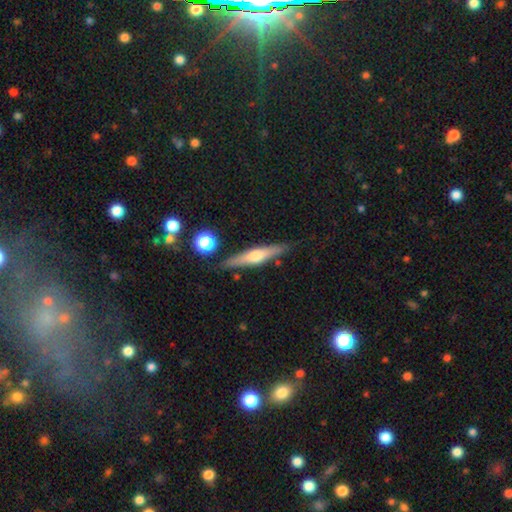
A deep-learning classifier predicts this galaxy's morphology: The model was most divided on "smooth or featured": featured or disk: 58%, smooth: 36%, star or artifact: 7%. More confident: edge-on disk — yes (94%); edge-on bulge — rounded (89%); merging — none (84%).